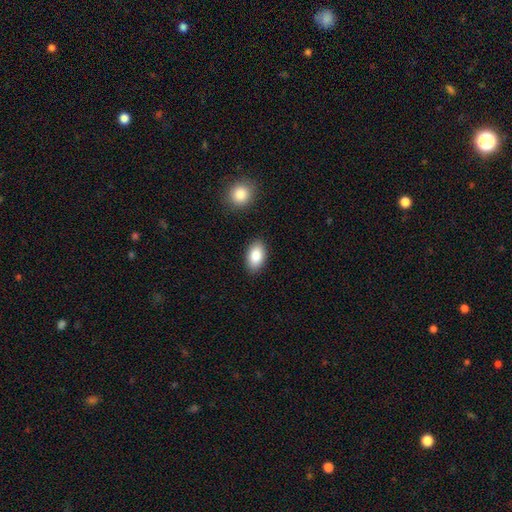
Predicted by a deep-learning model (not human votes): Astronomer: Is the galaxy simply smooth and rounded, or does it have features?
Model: smooth — 85%.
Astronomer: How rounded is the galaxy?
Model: in between — 93%.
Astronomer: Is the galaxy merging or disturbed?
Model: none — 87%.